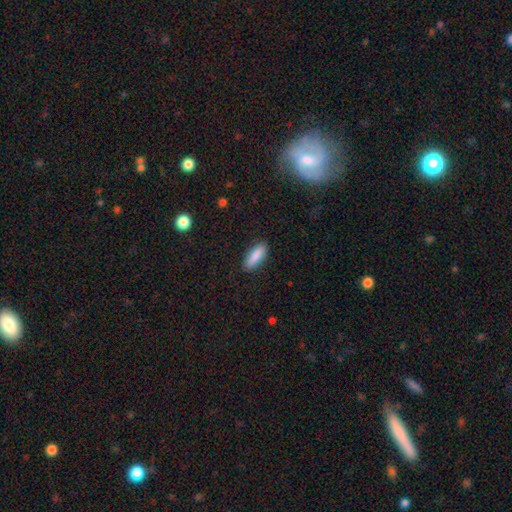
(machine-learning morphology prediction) smooth_or_featured: smooth (p=0.88) [alt: featured or disk p=0.06]
how_rounded: in between (p=0.65) [alt: cigar-shaped p=0.33]
merging: none (p=0.87) [alt: minor disturbance p=0.10]